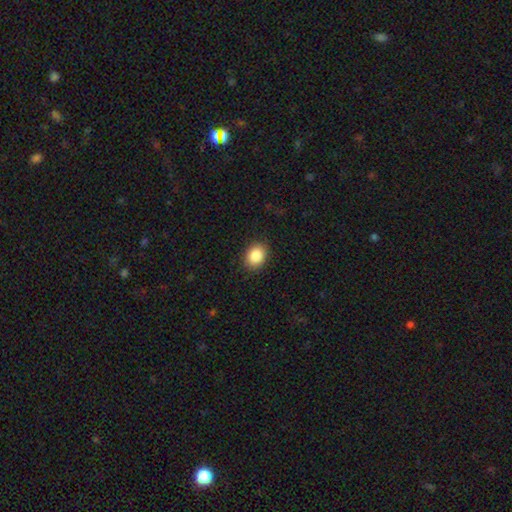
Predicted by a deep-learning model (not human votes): smooth_or_featured: smooth (p=0.87) [alt: star or artifact p=0.08]
how_rounded: in between (p=0.63) [alt: round p=0.36]
merging: none (p=0.88) [alt: minor disturbance p=0.09]